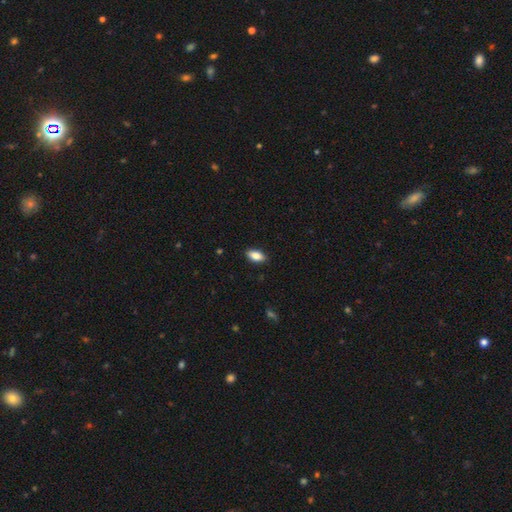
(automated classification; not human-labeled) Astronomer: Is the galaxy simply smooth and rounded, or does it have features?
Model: smooth — 86%.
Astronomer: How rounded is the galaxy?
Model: in between — 91%.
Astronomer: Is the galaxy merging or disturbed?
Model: none — 89%.